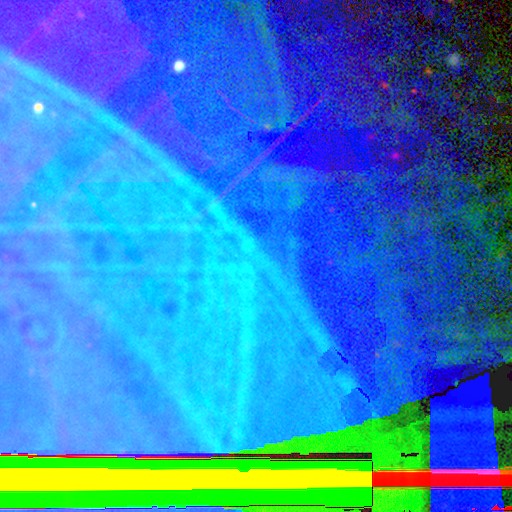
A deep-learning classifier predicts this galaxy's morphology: smooth_or_featured: star or artifact (p=0.87) [alt: featured or disk p=0.07]